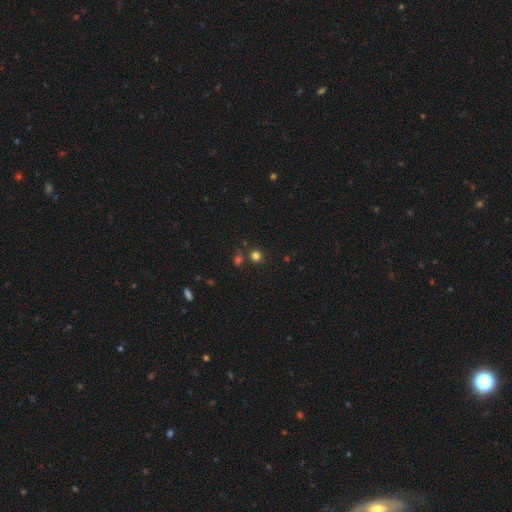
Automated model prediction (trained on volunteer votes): A smooth galaxy with no disk features (75%) that is round (90%).

Vote fractions:
- Smooth or featured? smooth: 75% / star or artifact: 20% / featured or disk: 5%
- How rounded? round: 90% / in between: 9% / cigar-shaped: 1%
- Merging? none: 77% / merger: 12% / minor disturbance: 7% / major disturbance: 3%